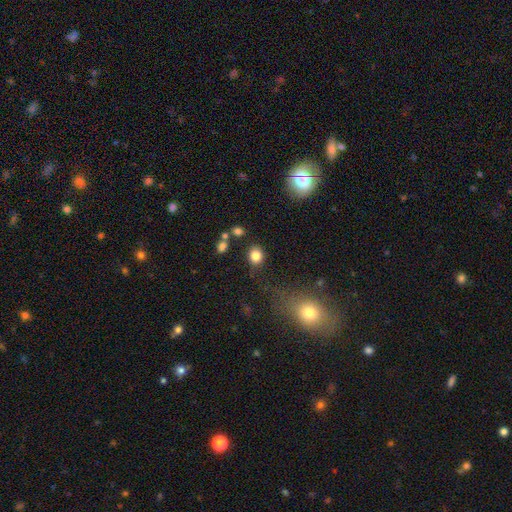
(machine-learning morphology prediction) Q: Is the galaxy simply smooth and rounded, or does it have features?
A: smooth — 83%.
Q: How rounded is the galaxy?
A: round — 66%.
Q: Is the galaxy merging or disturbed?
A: none — 78%.